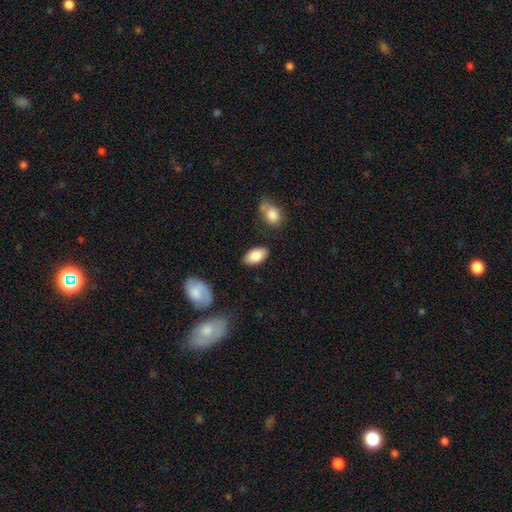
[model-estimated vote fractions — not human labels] This is clearly a smooth galaxy (85%). How rounded: clearly in between (94%). Merging: clearly none (81%).